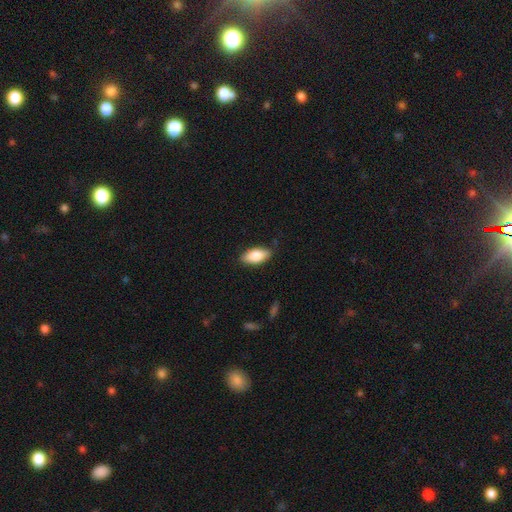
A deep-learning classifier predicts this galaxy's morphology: smooth 79%, featured or disk 15%, star or artifact 6%. Down the decision tree: how rounded — in between (87%); merging — none (83%).